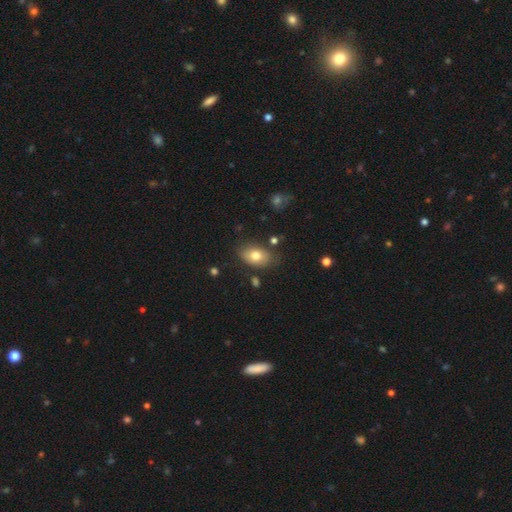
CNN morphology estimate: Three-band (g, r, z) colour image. It shows a smooth galaxy with no disk features (77%) that is in between round and cigar-shaped (87%). Merging: none (76%).